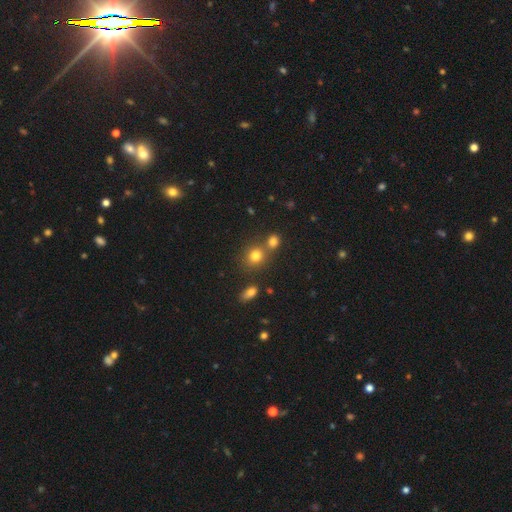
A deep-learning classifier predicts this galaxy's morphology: type=smooth (78%); roundness=round (76%); merging=none (59%).